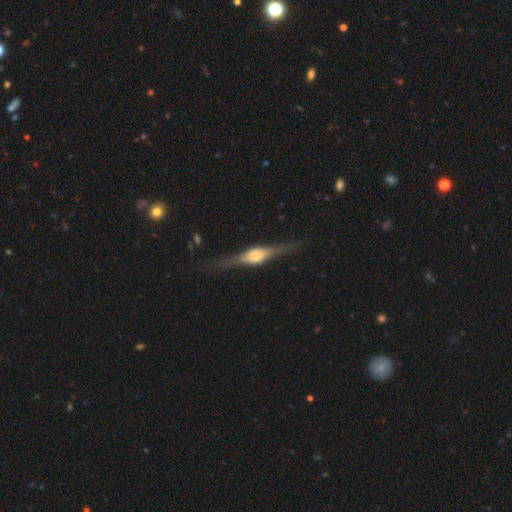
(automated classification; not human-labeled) A featured or disk galaxy (76%) viewed edge-on (96%) with a rounded central bulge (83%). Merging: none (82%).